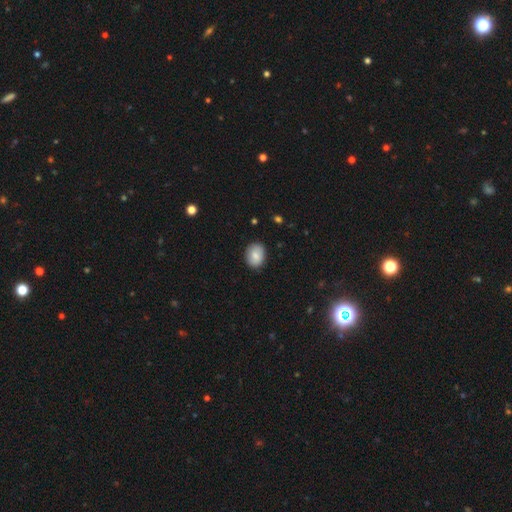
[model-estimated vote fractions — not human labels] This is likely a smooth galaxy (80%). How rounded: possibly in between (53%). Merging: clearly none (86%).